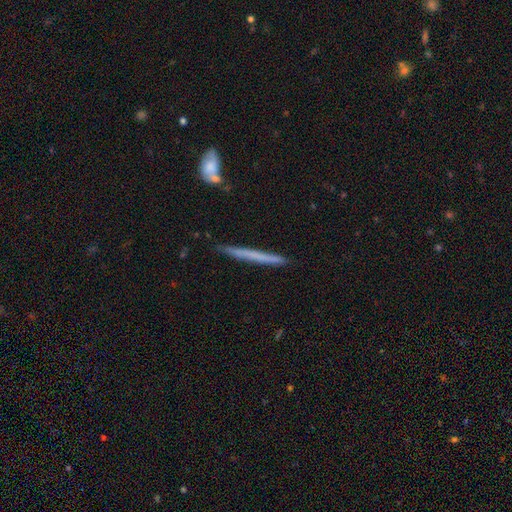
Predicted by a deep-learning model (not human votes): Overall: smooth (54%; featured or disk 40%). How rounded: cigar-shaped (97%). Merging: none (86%).